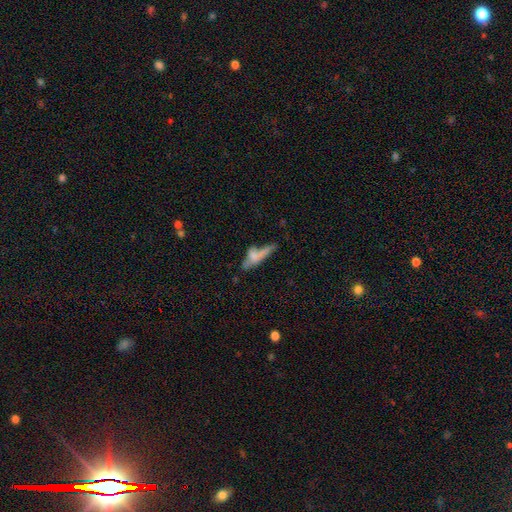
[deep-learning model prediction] smooth 54%, featured or disk 35%, star or artifact 10%. Down the decision tree: how rounded — cigar-shaped (63%); merging — none (34%).